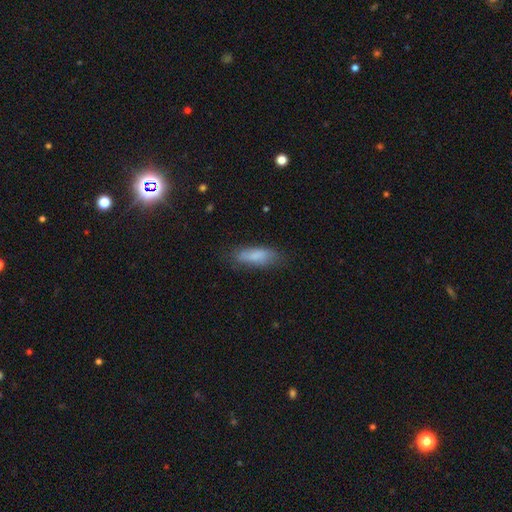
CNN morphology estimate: Smooth or featured? smooth (79%)
How rounded? in between (61%)
Merging? none (70%)